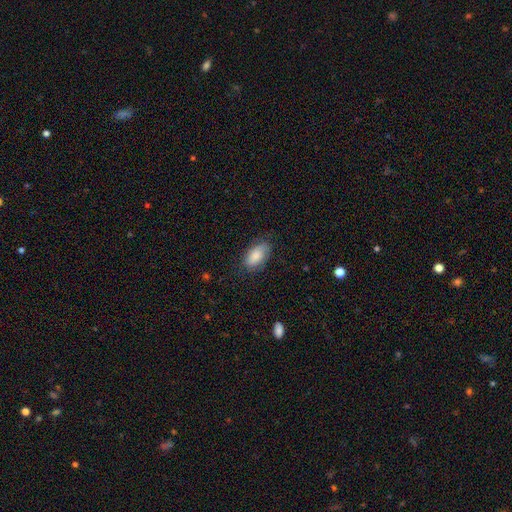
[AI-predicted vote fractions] This is clearly a smooth galaxy (83%). How rounded: clearly in between (94%). Merging: likely none (74%).